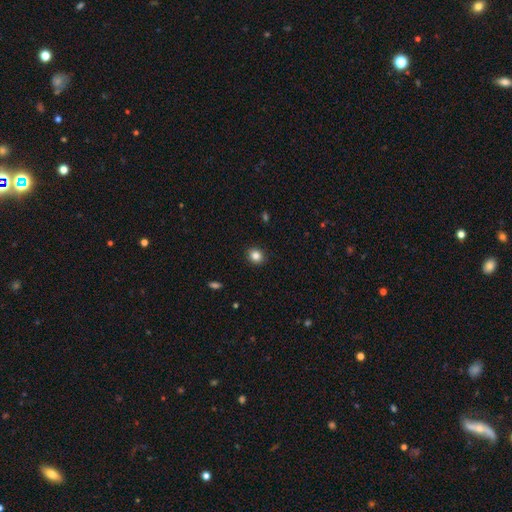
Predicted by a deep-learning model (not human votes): This is clearly a smooth galaxy (85%). How rounded: likely round (72%). Merging: clearly none (91%).